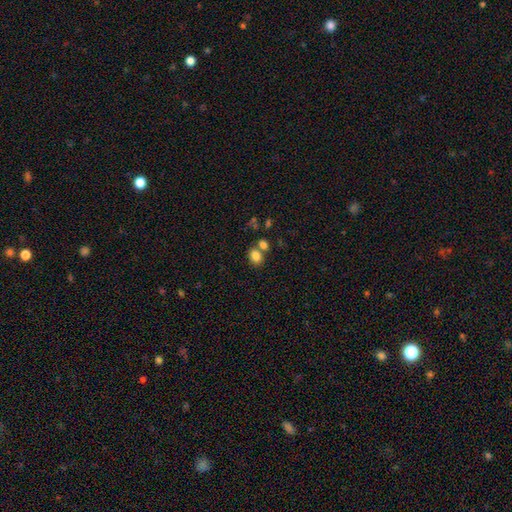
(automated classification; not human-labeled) smooth-or-featured: smooth: 82% | star or artifact: 11% | featured or disk: 7%
  how-rounded: in between: 62% | round: 37% | cigar-shaped: 1%
  merging: none: 55% | merger: 31% | minor disturbance: 10% | major disturbance: 4%